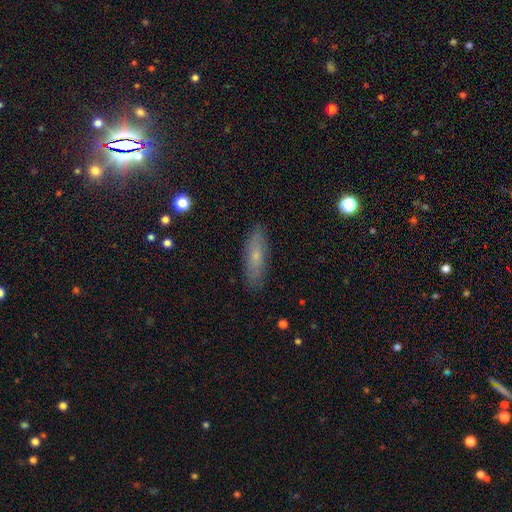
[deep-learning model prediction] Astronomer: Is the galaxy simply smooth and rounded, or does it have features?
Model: smooth — 61%.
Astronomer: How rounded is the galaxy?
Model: cigar-shaped — 53% (runner-up: in between, 44%).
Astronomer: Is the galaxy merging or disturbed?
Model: none — 87%.